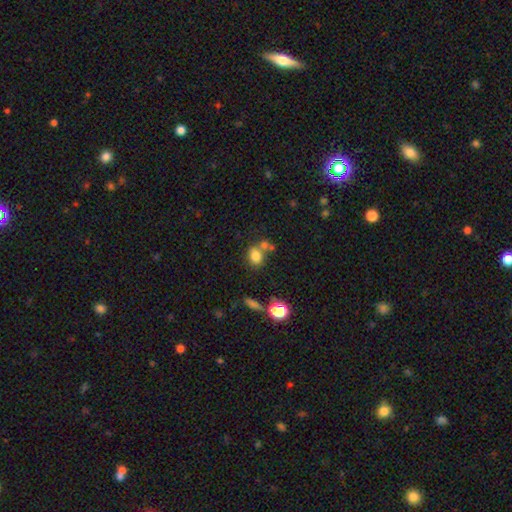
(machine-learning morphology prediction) type=smooth (77%); roundness=in between (57%); merging=none (50%).